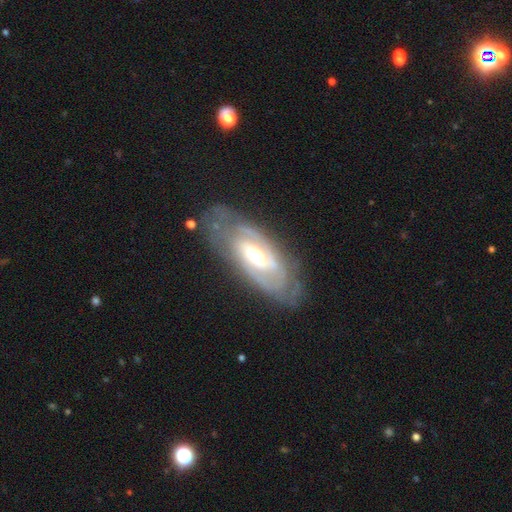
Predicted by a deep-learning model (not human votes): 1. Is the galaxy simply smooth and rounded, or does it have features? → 78% featured or disk, 16% smooth, 6% star or artifact.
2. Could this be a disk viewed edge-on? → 87% no, 13% yes.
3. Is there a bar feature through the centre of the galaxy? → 42% no, 37% weak, 20% strong.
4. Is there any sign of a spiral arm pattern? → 72% yes, 28% no.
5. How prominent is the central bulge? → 59% moderate, 31% small, 7% large, 1% none, 1% dominant.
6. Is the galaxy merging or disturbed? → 78% none, 15% minor disturbance, 6% major disturbance, 1% merger.